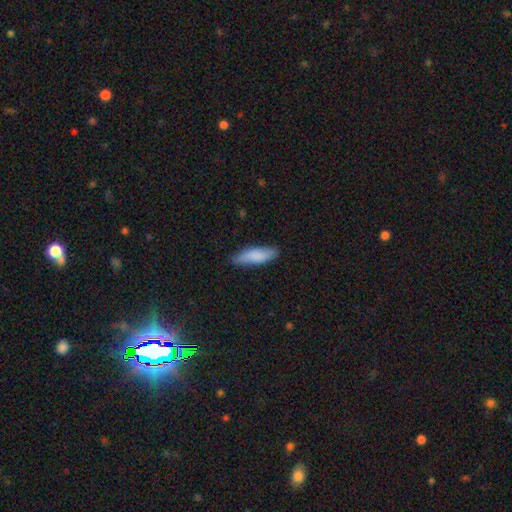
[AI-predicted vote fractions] A smooth galaxy with no disk features (83%) that is cigar-shaped (59%). Merging: none (79%).